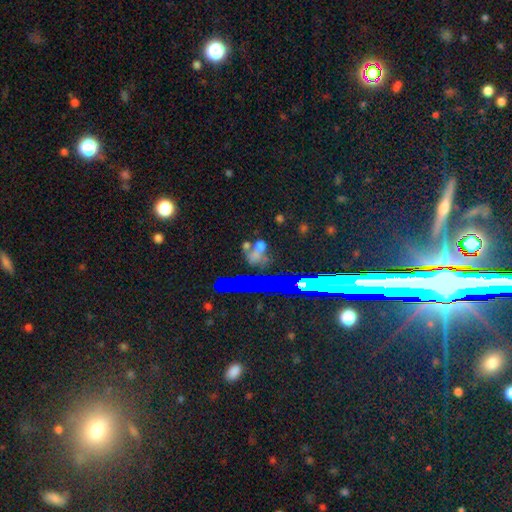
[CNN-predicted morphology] A smooth galaxy with no disk features (42%). Merging: none (58%).